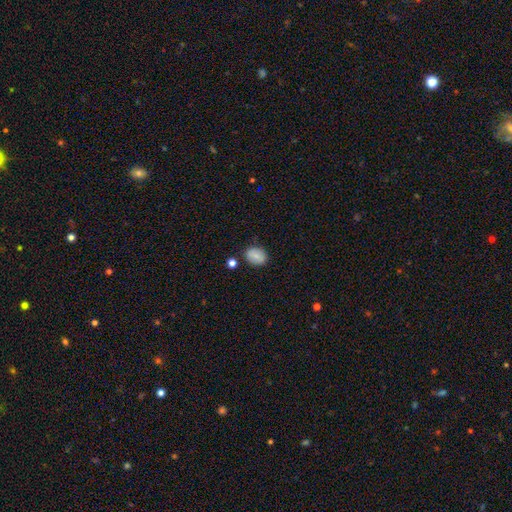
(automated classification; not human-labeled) A smooth galaxy with no disk features (80%) that is in between round and cigar-shaped (60%).

Vote fractions:
- Smooth or featured? smooth: 80% / featured or disk: 11% / star or artifact: 9%
- How rounded? in between: 60% / round: 39% / cigar-shaped: 1%
- Merging? none: 79% / minor disturbance: 13% / merger: 5% / major disturbance: 3%